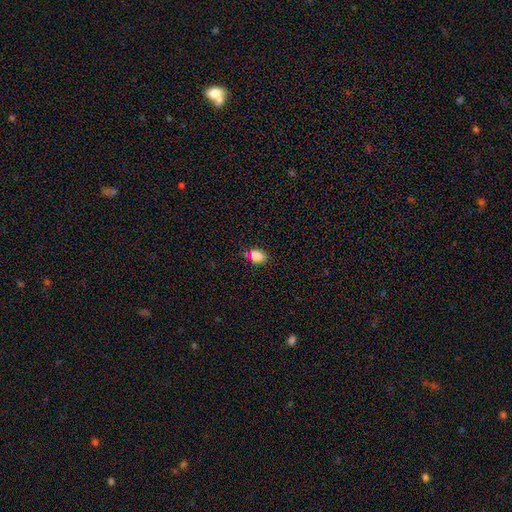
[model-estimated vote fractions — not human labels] A smooth galaxy with no disk features (84%) that is in between round and cigar-shaped (71%). Merging: none (73%).